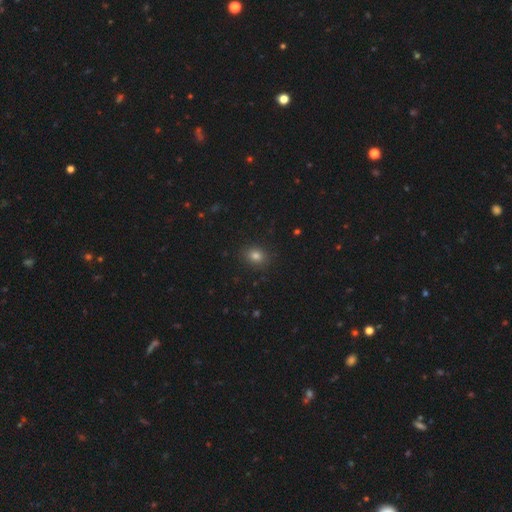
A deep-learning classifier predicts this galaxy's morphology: This appears to be a smooth galaxy with no disk features (79%) that is round (62%). Merging: none (90%).